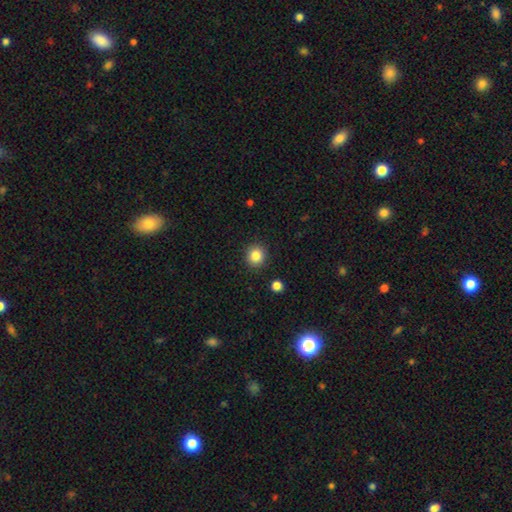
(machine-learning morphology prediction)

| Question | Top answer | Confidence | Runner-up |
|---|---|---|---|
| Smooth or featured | smooth | 84% | star or artifact (11%) |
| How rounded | round | 90% | in between (9%) |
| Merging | none | 91% | minor disturbance (6%) |